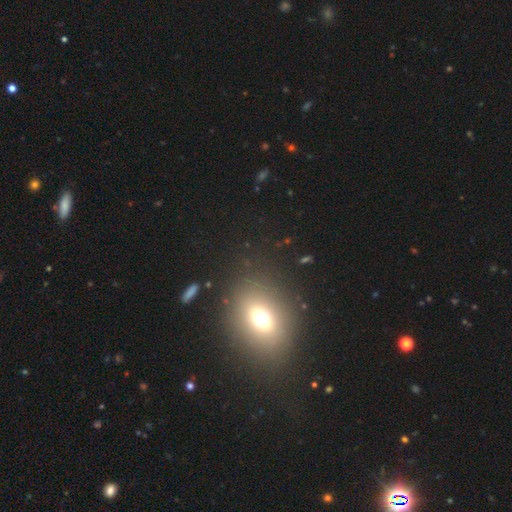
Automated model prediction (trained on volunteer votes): This appears to be a smooth galaxy with no disk features (61%) that is in between round and cigar-shaped (60%). Merging: none (87%).